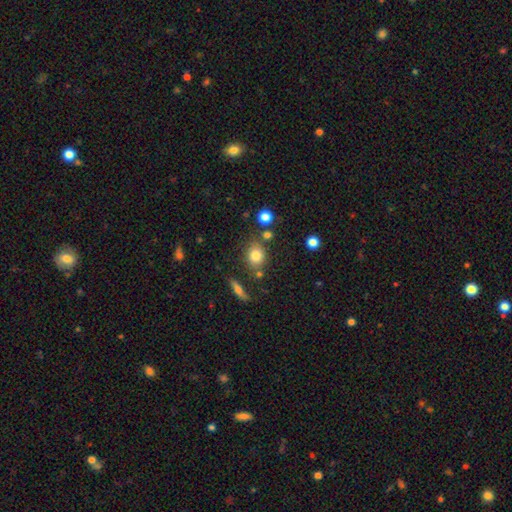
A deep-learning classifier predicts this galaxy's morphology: Q: Smooth or featured?
A: smooth (79%); runner-up: star or artifact (11%)
Q: How rounded?
A: round (58%); runner-up: in between (40%)
Q: Merging?
A: none (72%); runner-up: minor disturbance (13%)